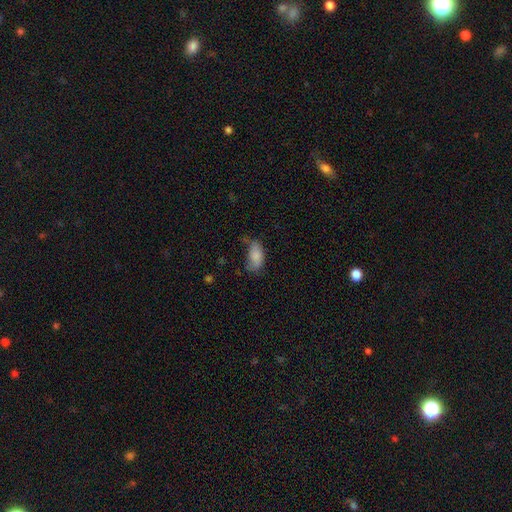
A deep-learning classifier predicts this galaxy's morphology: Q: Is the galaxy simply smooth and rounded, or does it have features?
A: smooth — 83%.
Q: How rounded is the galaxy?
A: in between — 93%.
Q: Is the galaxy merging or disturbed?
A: none — 48%.